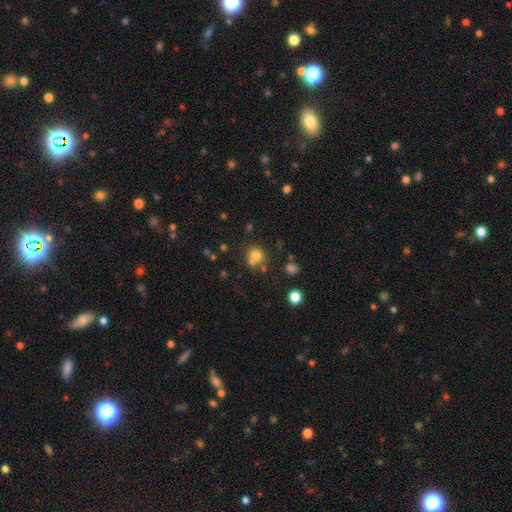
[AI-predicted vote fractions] Overall: smooth (76%). How rounded: round (82%). Merging: none (57%; merger 28%).